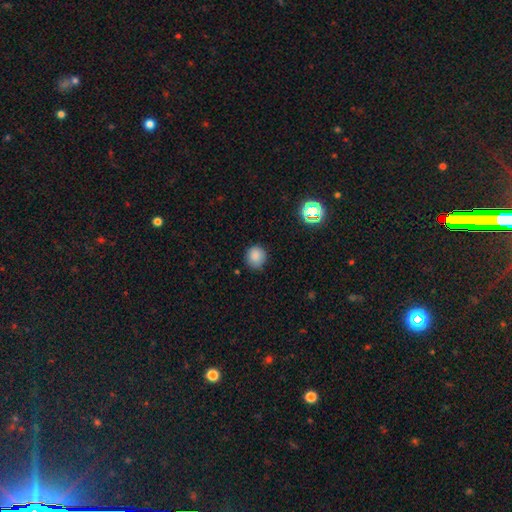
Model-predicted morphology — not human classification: type=smooth (85%); roundness=round (89%); merging=none (81%).